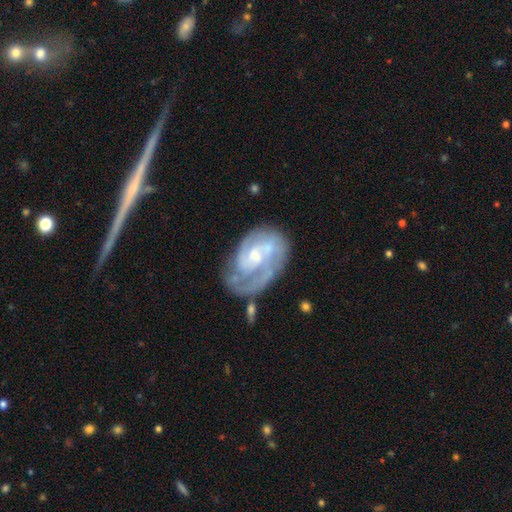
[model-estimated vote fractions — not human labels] smooth_or_featured: featured or disk (p=0.82) [alt: smooth p=0.12]
disk_edge_on: no (p=0.97) [alt: yes p=0.03]
bar: no (p=0.54) [alt: weak p=0.38]
has_spiral_arms: yes (p=0.91) [alt: no p=0.09]
spiral_winding: tight (p=0.50) [alt: medium p=0.37]
spiral_arm_count: 2 (p=0.42) [alt: can't tell p=0.23]
bulge_size: small (p=0.52) [alt: moderate p=0.37]
merging: none (p=0.54) [alt: minor disturbance p=0.23]